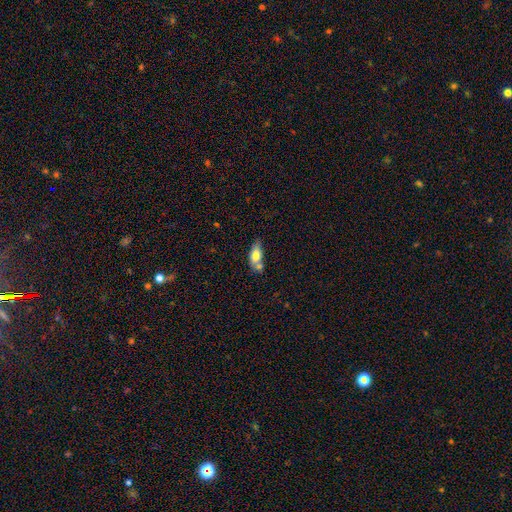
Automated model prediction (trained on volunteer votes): Smooth or featured? smooth (73%)
How rounded? in between (81%)
Merging? none (39%)